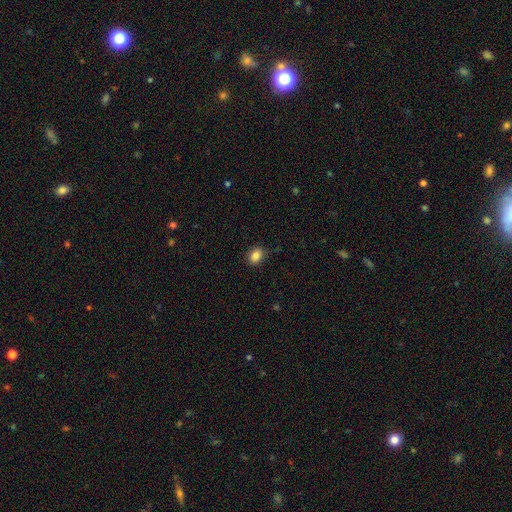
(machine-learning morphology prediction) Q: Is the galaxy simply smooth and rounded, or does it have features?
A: smooth — 86%.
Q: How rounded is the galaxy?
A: in between — 65%.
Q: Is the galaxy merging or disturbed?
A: none — 87%.